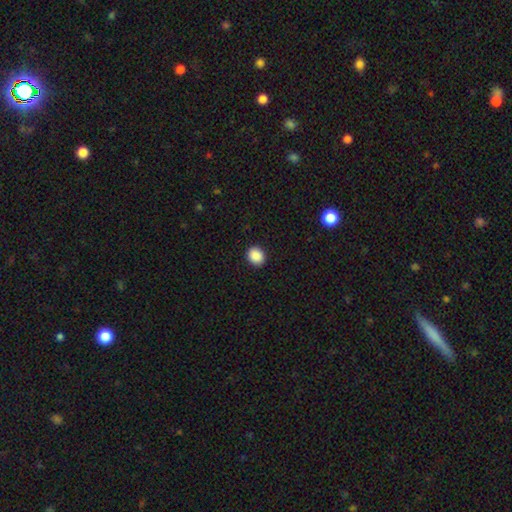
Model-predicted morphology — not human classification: This is clearly a smooth galaxy (89%). How rounded: likely round (61%). Merging: clearly none (91%).